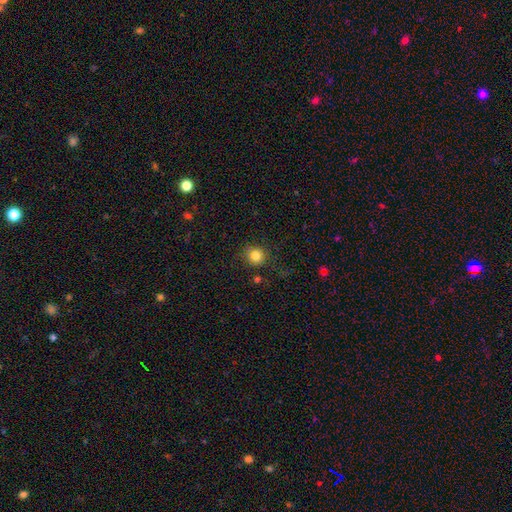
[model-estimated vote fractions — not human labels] This is clearly a smooth galaxy (82%). How rounded: clearly round (89%). Merging: clearly none (84%).